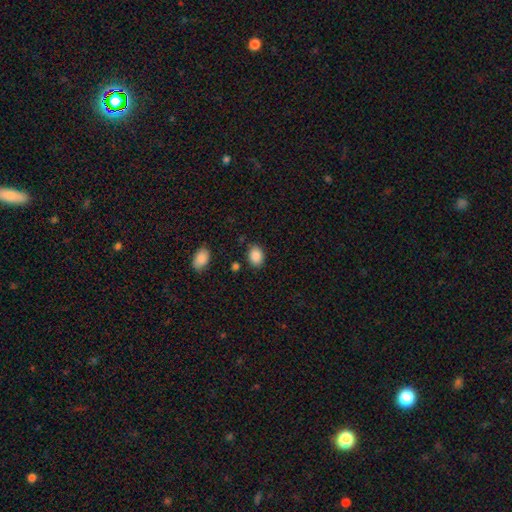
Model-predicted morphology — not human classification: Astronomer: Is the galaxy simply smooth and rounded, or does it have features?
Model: smooth — 88%.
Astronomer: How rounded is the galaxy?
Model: in between — 72%.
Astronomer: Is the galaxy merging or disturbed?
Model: none — 82%.